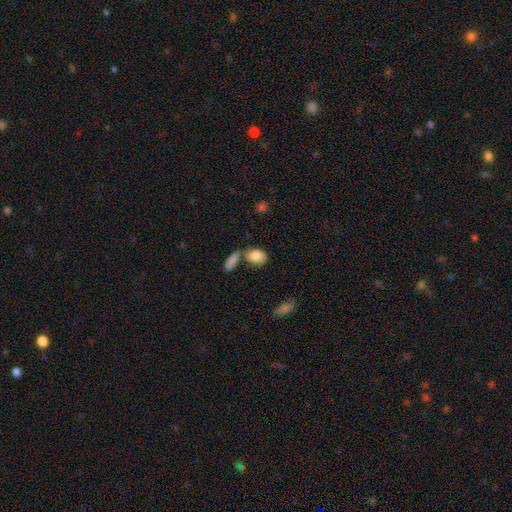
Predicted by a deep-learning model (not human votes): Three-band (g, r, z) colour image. It shows a smooth galaxy with no disk features (76%) that is in between round and cigar-shaped (72%). Merging: none (44%).